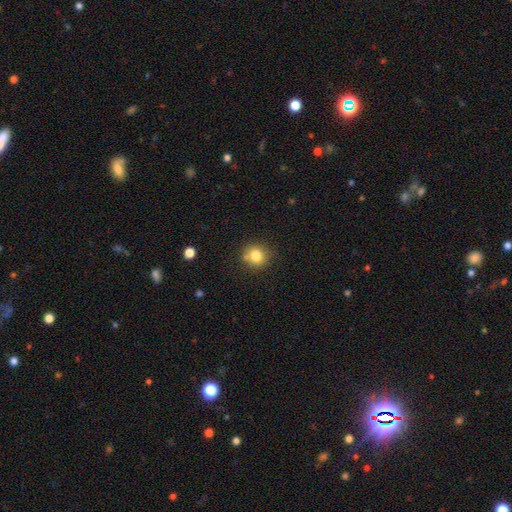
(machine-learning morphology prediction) A smooth galaxy with no disk features (80%) that is round (86%).

Vote fractions:
- Smooth or featured? smooth: 80% / star or artifact: 12% / featured or disk: 8%
- How rounded? round: 86% / in between: 13% / cigar-shaped: 1%
- Merging? none: 74% / minor disturbance: 13% / merger: 9% / major disturbance: 3%